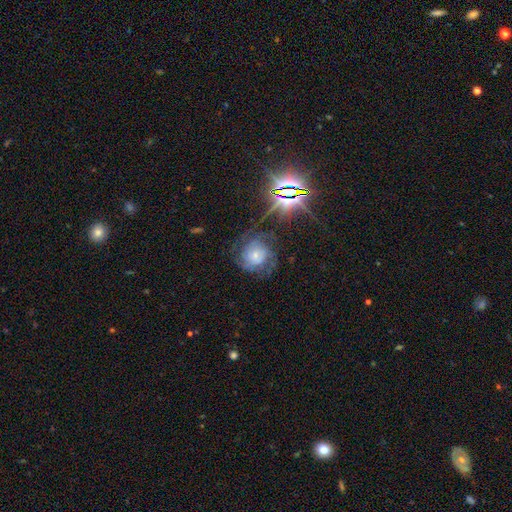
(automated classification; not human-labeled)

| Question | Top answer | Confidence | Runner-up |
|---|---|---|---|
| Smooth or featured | featured or disk | 62% | smooth (22%) |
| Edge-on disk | no | 96% | yes (4%) |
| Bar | no | 76% | weak (19%) |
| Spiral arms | yes | 88% | no (12%) |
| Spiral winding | tight | 53% | medium (36%) |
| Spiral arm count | can't tell | 38% | 2 (25%) |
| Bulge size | small | 54% | moderate (29%) |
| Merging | none | 63% | minor disturbance (18%) |